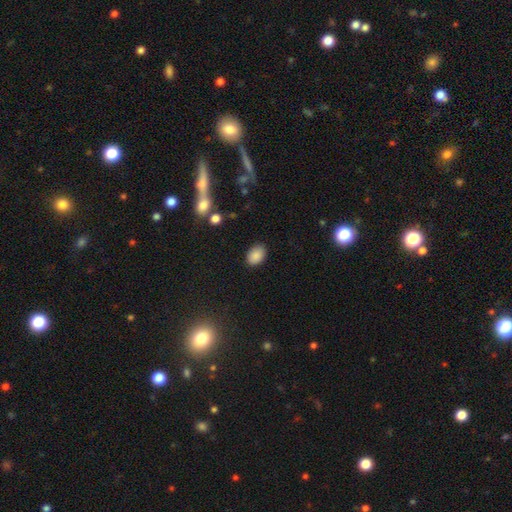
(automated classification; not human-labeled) smooth_or_featured: smooth (p=0.87) [alt: star or artifact p=0.09]
how_rounded: in between (p=0.83) [alt: round p=0.16]
merging: none (p=0.86) [alt: minor disturbance p=0.10]